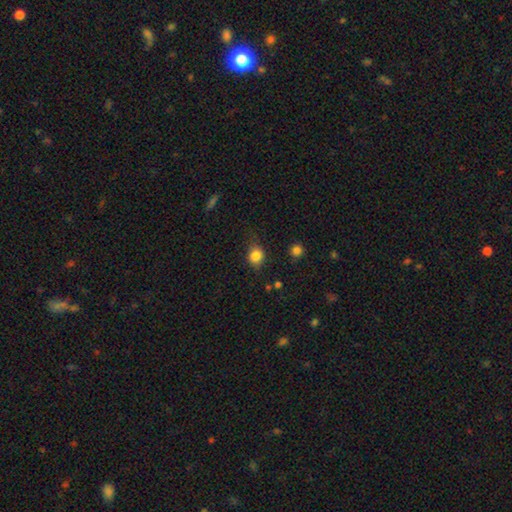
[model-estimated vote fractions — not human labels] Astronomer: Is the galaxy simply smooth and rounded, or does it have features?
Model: smooth — 84%.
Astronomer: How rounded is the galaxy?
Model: round — 67%.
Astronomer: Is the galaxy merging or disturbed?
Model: none — 72%.